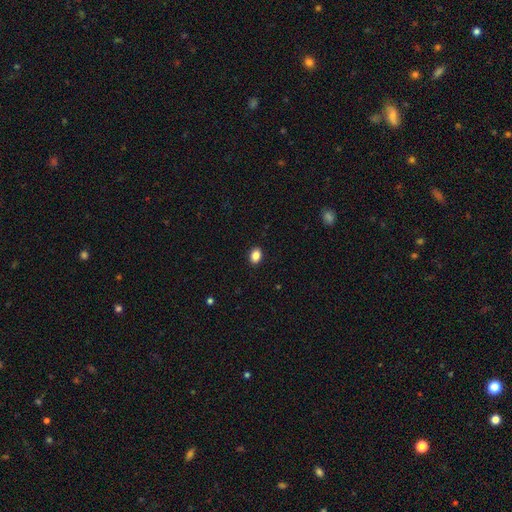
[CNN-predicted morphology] Smooth or featured? smooth (87%)
How rounded? in between (74%)
Merging? none (90%)